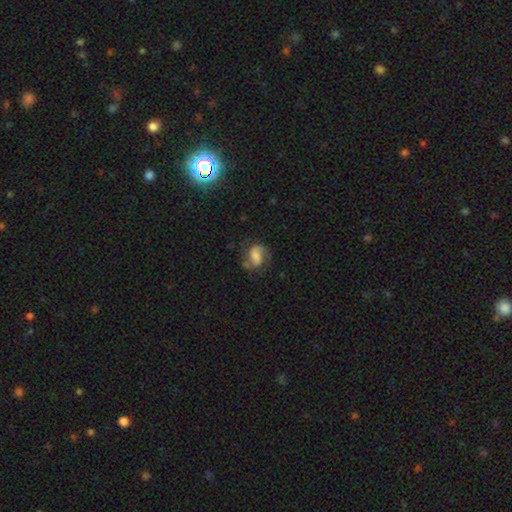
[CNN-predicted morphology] The model was most divided on "bar": weak: 42%, no: 40%, strong: 18%. Remaining: edge-on disk — no (98%); spiral arms — yes (93%); spiral arm count — 2 (85%); smooth or featured — featured or disk (70%); merging — none (65%); spiral winding — medium (51%); bulge size — moderate (35%).